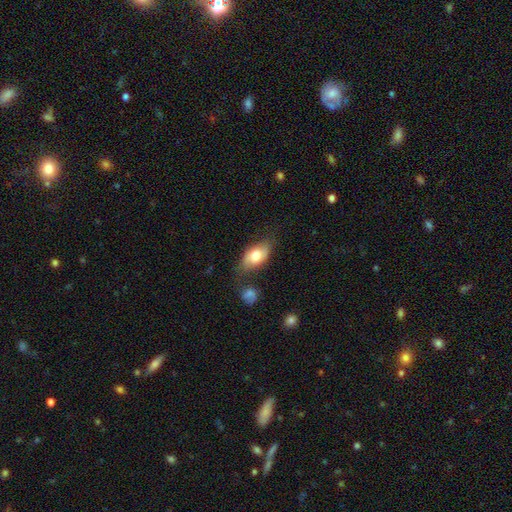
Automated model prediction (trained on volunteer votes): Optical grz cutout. It shows a smooth galaxy with no disk features (70%) that is in between round and cigar-shaped (90%). Merging: none (66%).